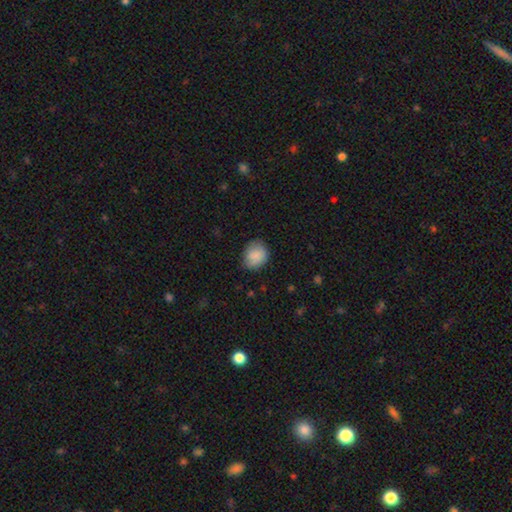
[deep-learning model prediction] This is clearly a smooth galaxy (87%). How rounded: likely round (63%). Merging: likely none (79%).